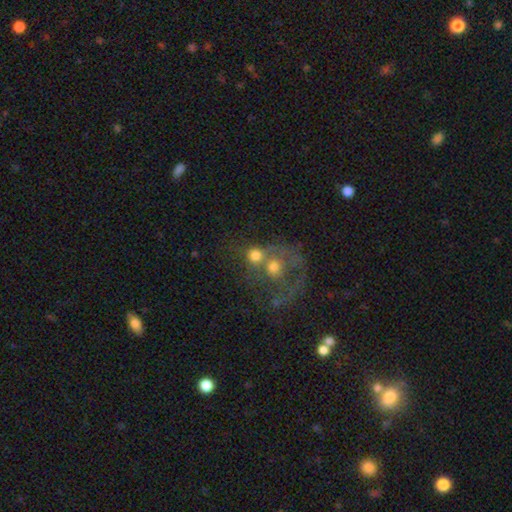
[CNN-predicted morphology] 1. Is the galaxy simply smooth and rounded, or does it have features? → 56% smooth, 29% featured or disk, 15% star or artifact.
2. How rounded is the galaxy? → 80% round, 18% in between, 1% cigar-shaped.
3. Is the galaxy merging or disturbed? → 55% merger, 26% none, 11% major disturbance, 8% minor disturbance.